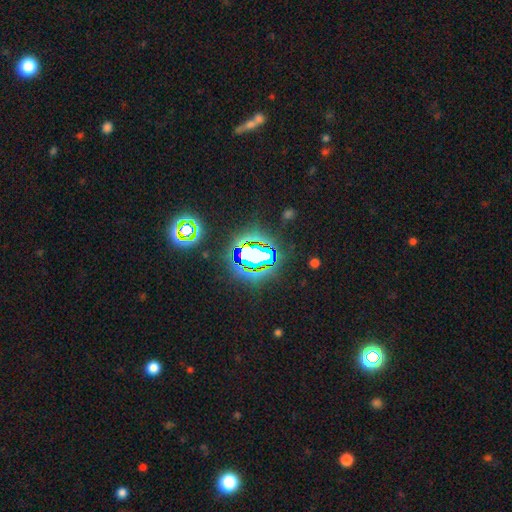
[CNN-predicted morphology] star or artifact 70%, smooth 18%, featured or disk 12%.